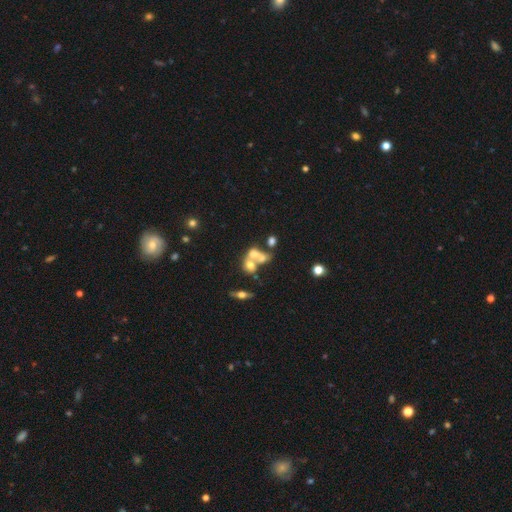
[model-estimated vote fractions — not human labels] Q: Smooth or featured?
A: smooth (47%); runner-up: featured or disk (38%)
Q: Merging?
A: merger (61%); runner-up: none (21%)